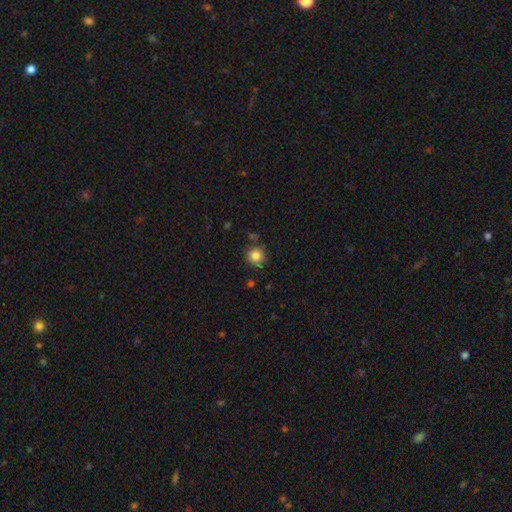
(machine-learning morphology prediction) Overall: smooth (84%). How rounded: round (92%). Merging: none (81%).